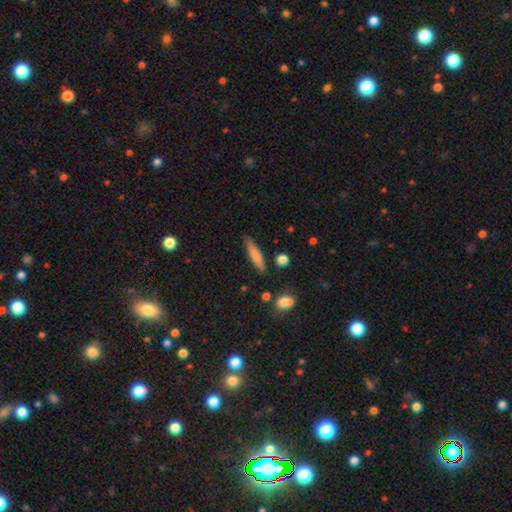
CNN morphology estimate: A smooth galaxy with no disk features (74%) that is cigar-shaped (85%). Merging: none (81%).